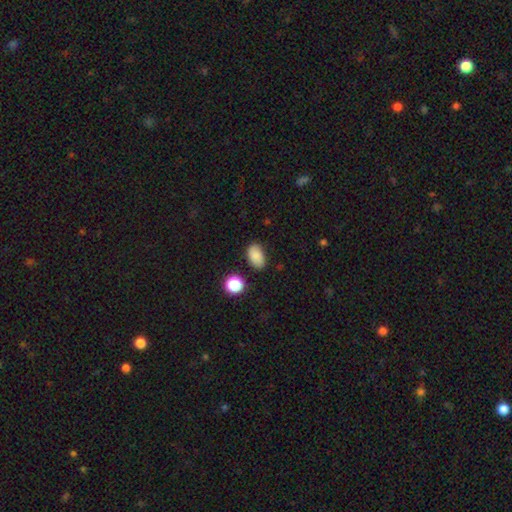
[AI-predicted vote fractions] Q: Smooth or featured?
A: smooth (84%); runner-up: star or artifact (10%)
Q: How rounded?
A: in between (89%); runner-up: round (10%)
Q: Merging?
A: none (80%); runner-up: minor disturbance (15%)